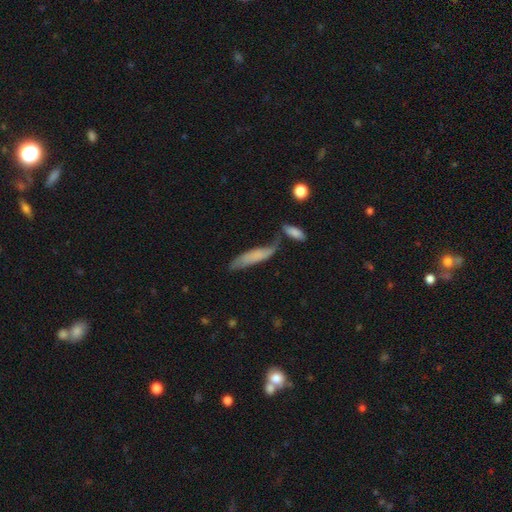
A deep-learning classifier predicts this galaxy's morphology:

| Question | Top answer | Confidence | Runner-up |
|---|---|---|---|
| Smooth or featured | smooth | 61% | featured or disk (31%) |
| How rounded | cigar-shaped | 71% | in between (27%) |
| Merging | none | 44% | merger (24%) |